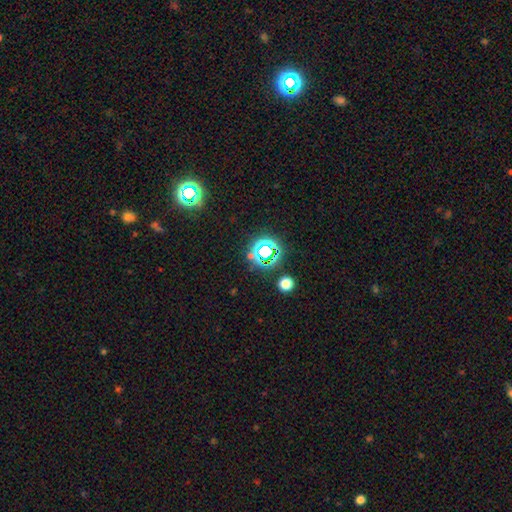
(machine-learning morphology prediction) type=star or artifact (72%).